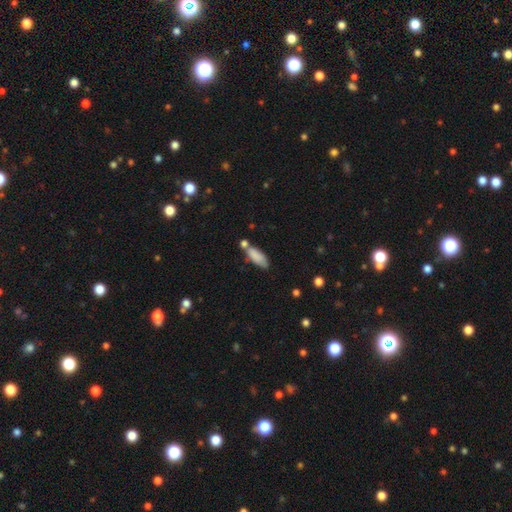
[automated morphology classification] type=smooth (82%); roundness=in between (70%); merging=none (47%).